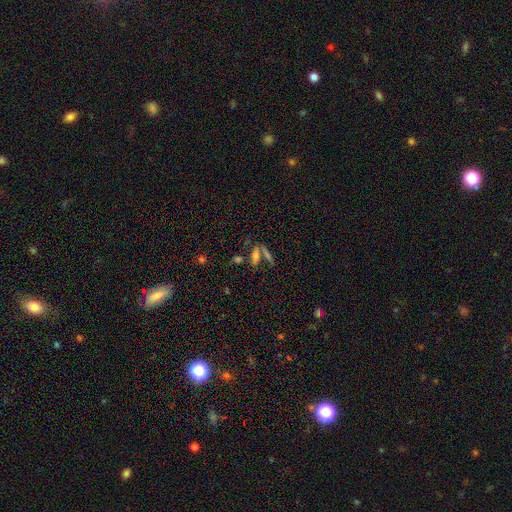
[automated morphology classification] This is possibly a smooth galaxy (55%). How rounded: possibly in between (53%). Merging: possibly none (45%).